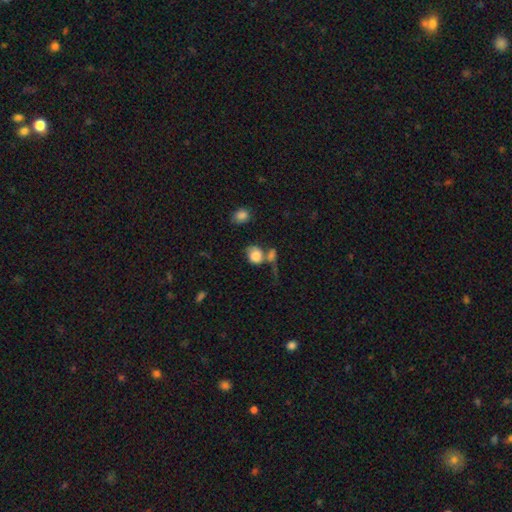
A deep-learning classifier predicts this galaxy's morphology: A smooth galaxy with no disk features (75%) that is round (61%). Merging: merger (38%).